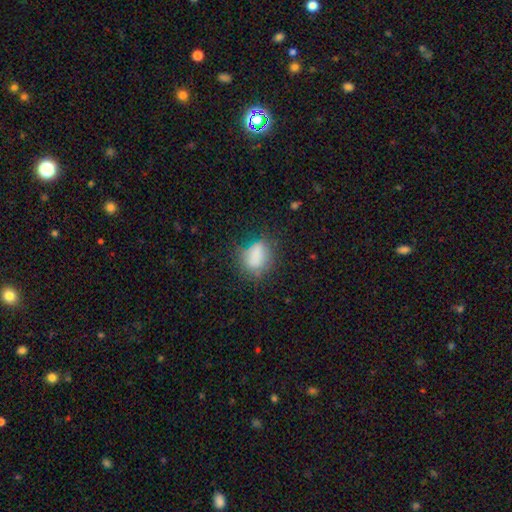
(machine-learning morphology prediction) Overall: smooth (79%). How rounded: in between (70%). Merging: none (59%; minor disturbance 25%).